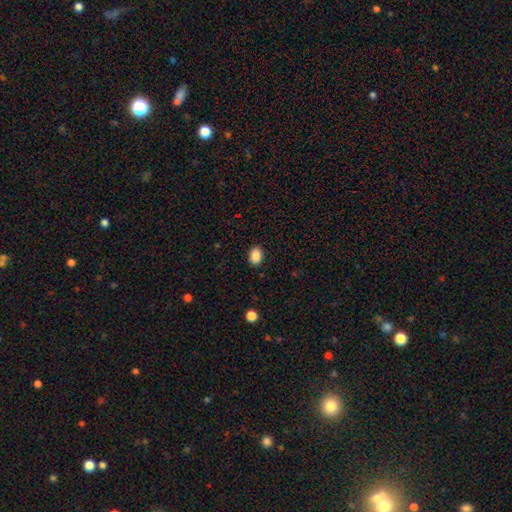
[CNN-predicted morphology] type=smooth (89%); roundness=in between (77%); merging=none (89%).